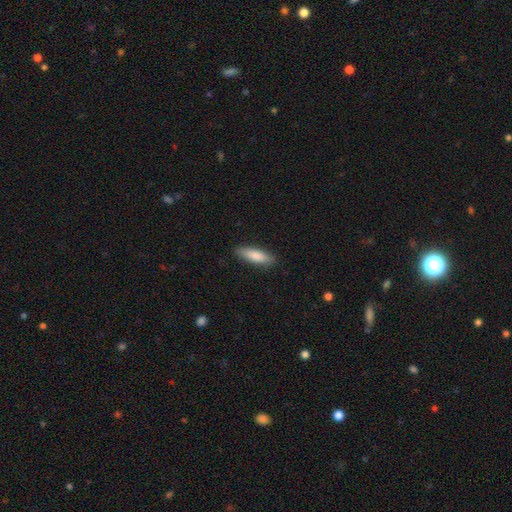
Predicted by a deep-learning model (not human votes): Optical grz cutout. It shows a smooth galaxy with no disk features (82%) that is cigar-shaped (56%). Merging: none (87%).